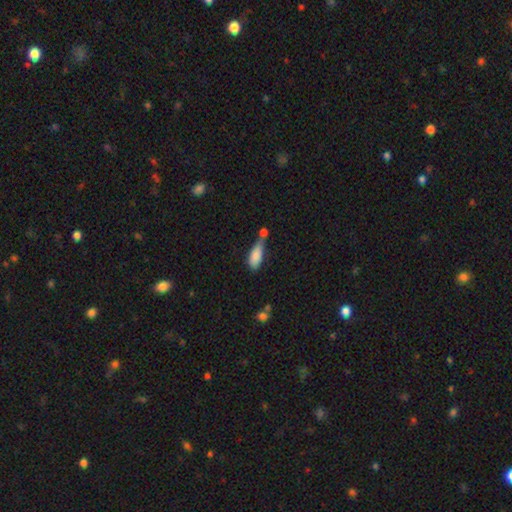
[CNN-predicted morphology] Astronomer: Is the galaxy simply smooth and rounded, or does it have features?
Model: smooth — 83%.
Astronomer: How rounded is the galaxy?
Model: in between — 74%.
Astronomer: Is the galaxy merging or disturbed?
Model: merger — 35% (runner-up: none, 29%).